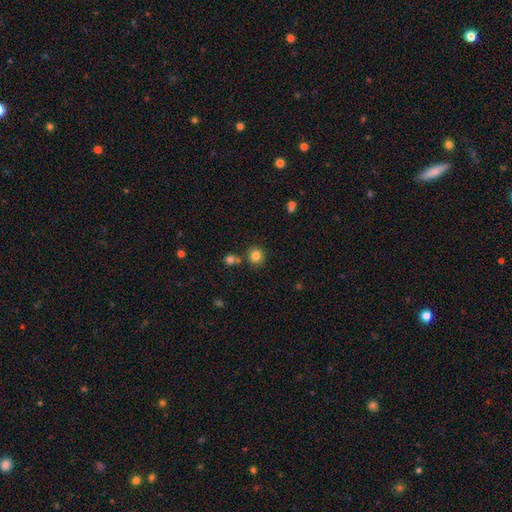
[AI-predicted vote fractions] smooth-or-featured: smooth: 82% | star or artifact: 12% | featured or disk: 6%
  how-rounded: round: 92% | in between: 7% | cigar-shaped: 1%
  merging: none: 81% | merger: 9% | minor disturbance: 7% | major disturbance: 2%